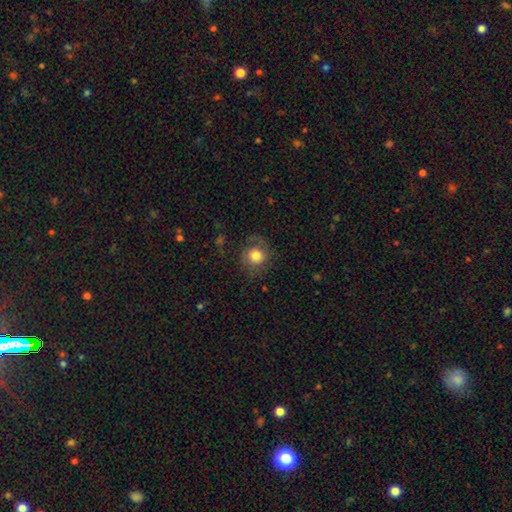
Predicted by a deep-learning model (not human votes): Morphology: type=smooth (70%); roundness=round (85%); merging=none (66%).